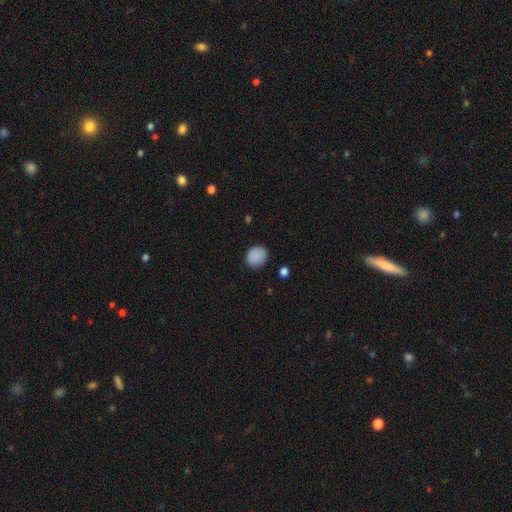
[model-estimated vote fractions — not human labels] Smooth or featured? Predicted: smooth (p=0.88). How rounded? Predicted: round (p=0.79). Merging? Predicted: none (p=0.85).